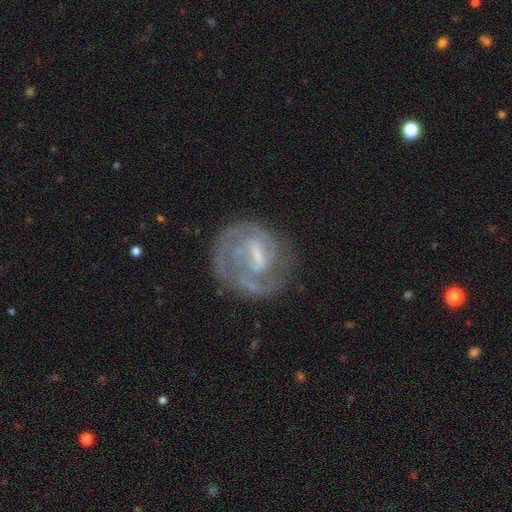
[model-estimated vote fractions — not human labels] This appears to be a featured or disk galaxy (76%) with a weak bar (48%), 2 (32%) tight (54%) spiral arms (80%) and a small central bulge (34%, tied with none). Merging: none (61%).